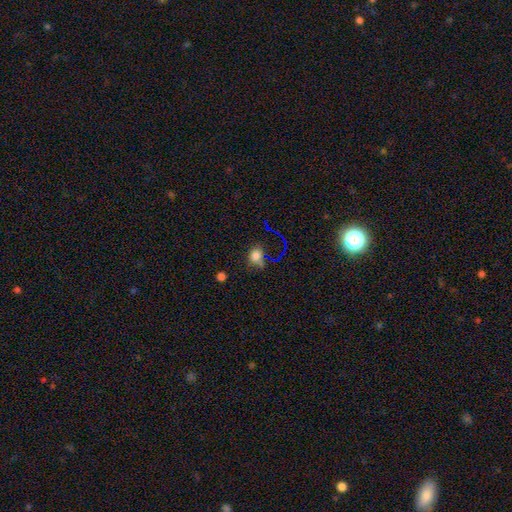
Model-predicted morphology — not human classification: A smooth galaxy with no disk features (67%) that is round (54%). Merging: none (64%).